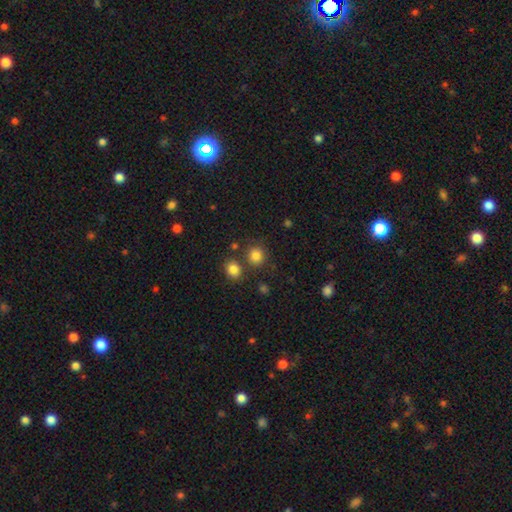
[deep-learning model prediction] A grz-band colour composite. It shows a smooth galaxy with no disk features (83%) that is round (85%). Merging: none (77%).